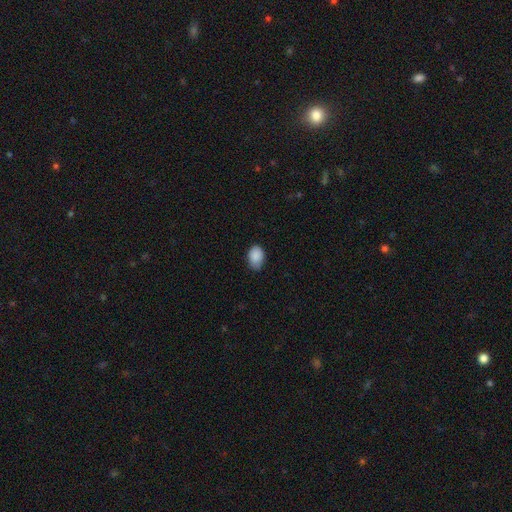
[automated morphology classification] This appears to be a smooth galaxy with no disk features (88%) that is in between round and cigar-shaped (79%). Merging: none (68%).